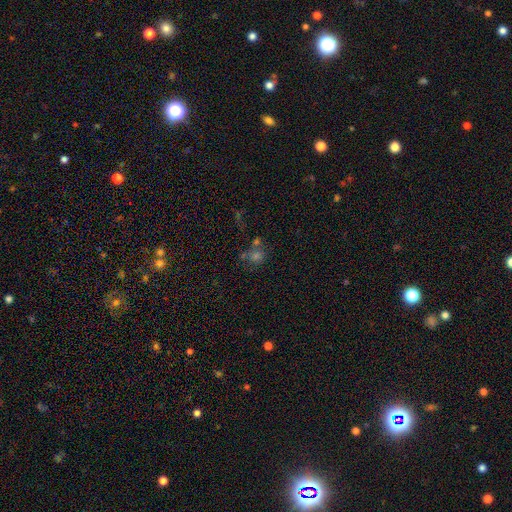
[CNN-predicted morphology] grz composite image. It shows a smooth galaxy with no disk features (51%) that is round (79%). Merging: none (54%).